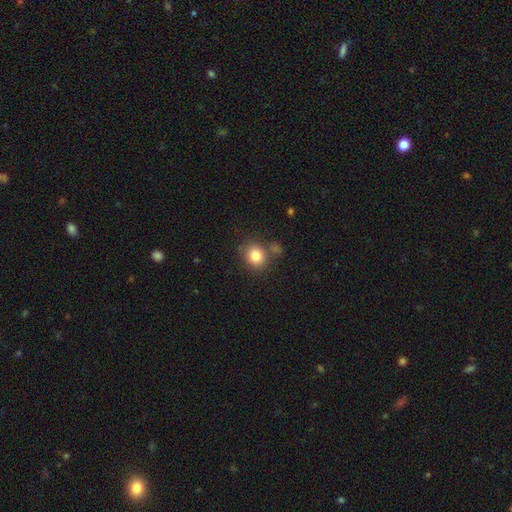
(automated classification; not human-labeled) This appears to be a smooth galaxy with no disk features (82%) that is round (75%). Merging: none (72%).